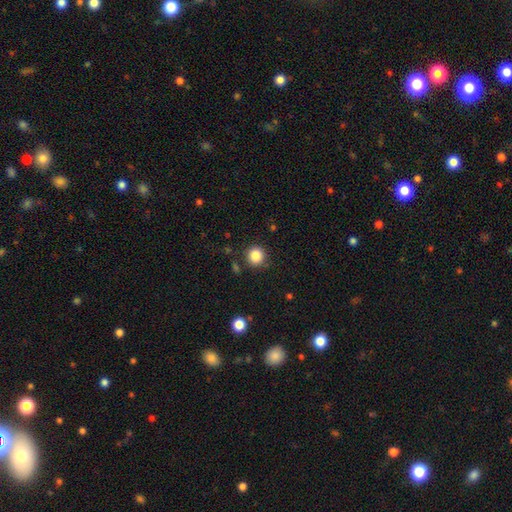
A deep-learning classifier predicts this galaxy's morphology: A smooth galaxy with no disk features (85%) that is round (91%). Merging: none (87%).